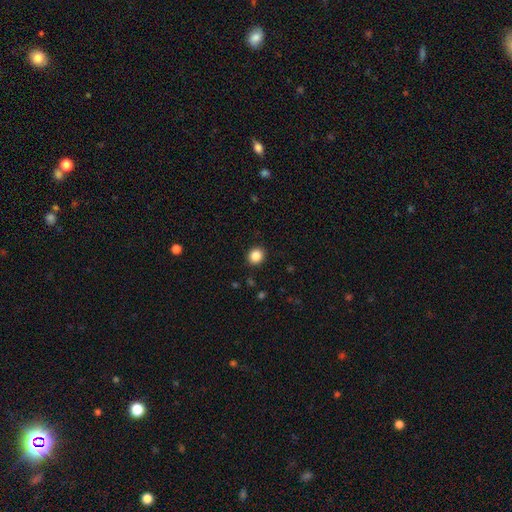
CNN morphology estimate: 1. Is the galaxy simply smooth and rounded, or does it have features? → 86% smooth, 10% star or artifact, 4% featured or disk.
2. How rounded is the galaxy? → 84% round, 16% in between, 1% cigar-shaped.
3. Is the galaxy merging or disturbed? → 91% none, 6% minor disturbance, 2% major disturbance, 1% merger.